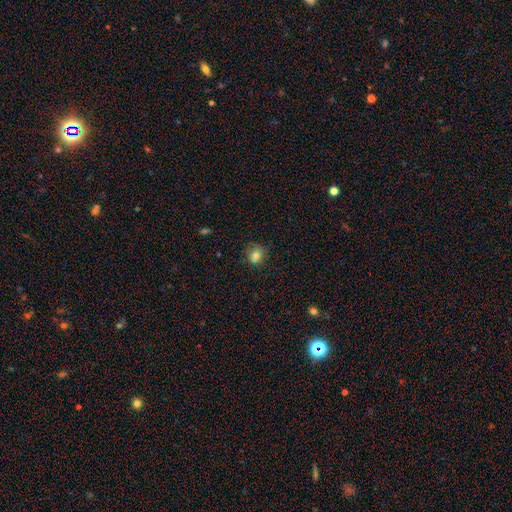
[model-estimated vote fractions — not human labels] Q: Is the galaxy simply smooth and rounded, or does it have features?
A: smooth — 81%.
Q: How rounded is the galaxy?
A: round — 75%.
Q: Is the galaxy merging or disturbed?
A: none — 74%.